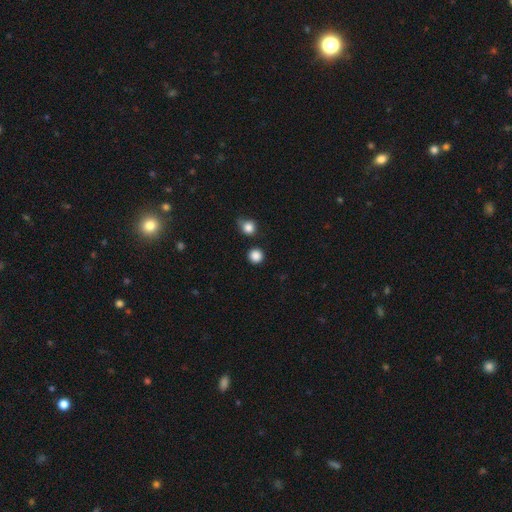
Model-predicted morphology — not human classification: smooth 86%, star or artifact 11%, featured or disk 3%. Down the decision tree: how rounded — round (94%); merging — none (87%).